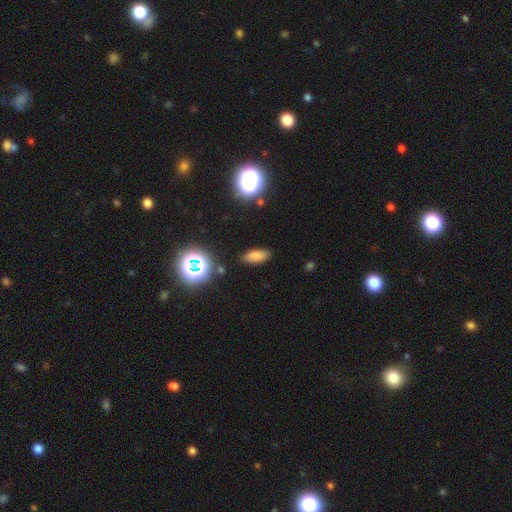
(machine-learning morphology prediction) The model was most divided on "smooth or featured": smooth: 76%, star or artifact: 17%, featured or disk: 7%. More confident: merging — none (87%); how rounded — in between (82%).